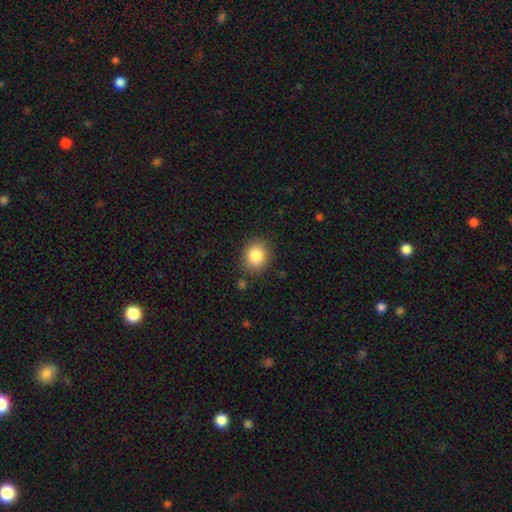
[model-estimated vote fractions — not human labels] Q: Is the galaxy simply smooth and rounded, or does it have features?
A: smooth — 85%.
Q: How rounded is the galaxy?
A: round — 69%.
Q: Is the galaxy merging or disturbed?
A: none — 86%.